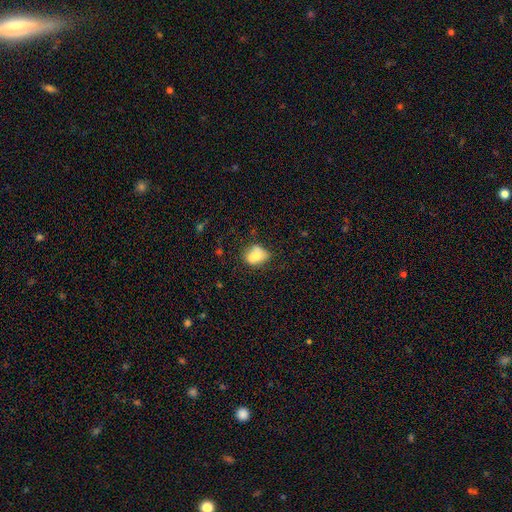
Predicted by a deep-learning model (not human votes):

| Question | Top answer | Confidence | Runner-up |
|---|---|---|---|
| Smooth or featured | smooth | 67% | featured or disk (23%) |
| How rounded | in between | 55% | round (43%) |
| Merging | none | 43% | merger (28%) |